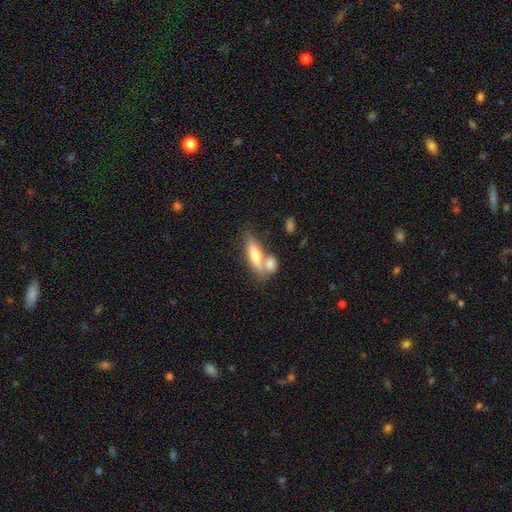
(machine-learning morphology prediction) smooth_or_featured: smooth (p=0.60) [alt: featured or disk p=0.33]
how_rounded: cigar-shaped (p=0.55) [alt: in between p=0.41]
merging: none (p=0.43) [alt: merger p=0.42]